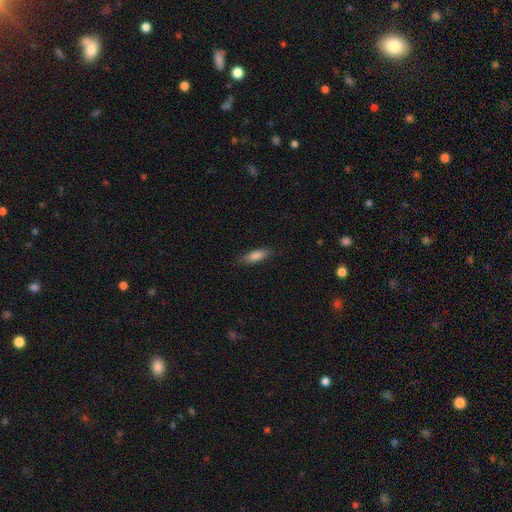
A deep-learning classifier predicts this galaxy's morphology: smooth-or-featured: smooth: 82% | featured or disk: 11% | star or artifact: 7%
  how-rounded: in between: 59% | cigar-shaped: 39% | round: 2%
  merging: none: 81% | minor disturbance: 15% | major disturbance: 3% | merger: 1%